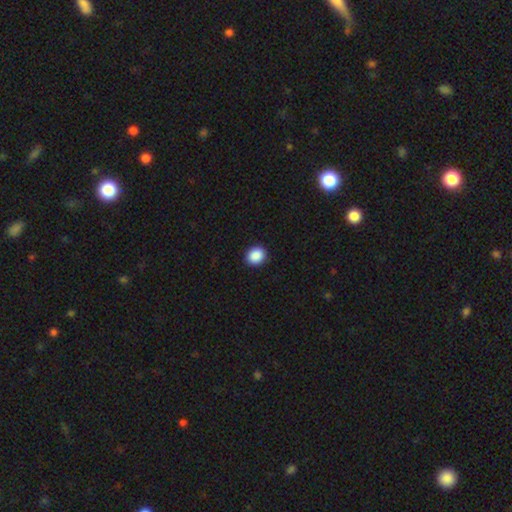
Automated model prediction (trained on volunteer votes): Smooth or featured? Predicted: smooth (p=0.89). How rounded? Predicted: round (p=0.69). Merging? Predicted: none (p=0.91).